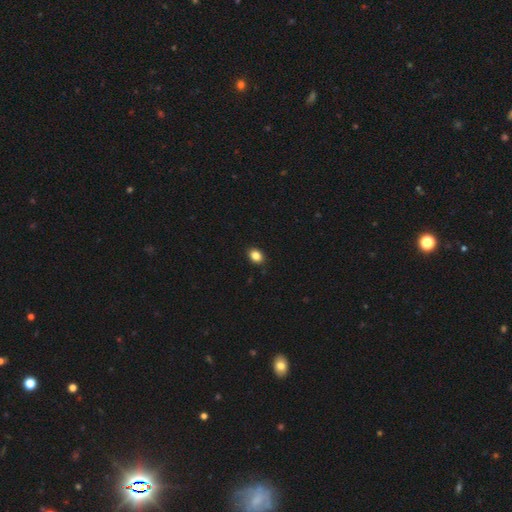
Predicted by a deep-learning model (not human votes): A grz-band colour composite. It shows a smooth galaxy with no disk features (85%) that is in between round and cigar-shaped (68%). Merging: none (90%).